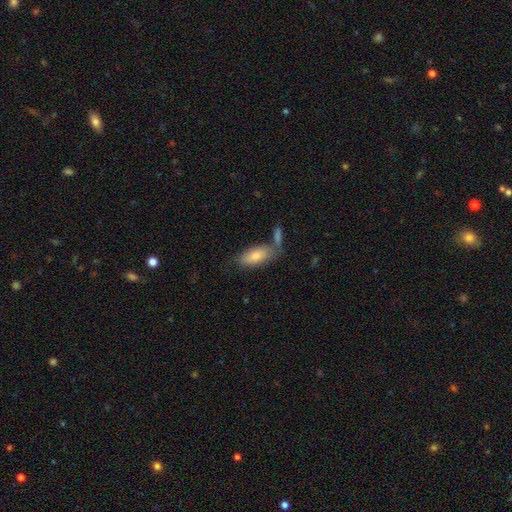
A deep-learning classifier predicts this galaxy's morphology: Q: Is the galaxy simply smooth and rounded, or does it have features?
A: smooth — 77%.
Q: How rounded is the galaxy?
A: in between — 84%.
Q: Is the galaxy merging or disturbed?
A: none — 59%.